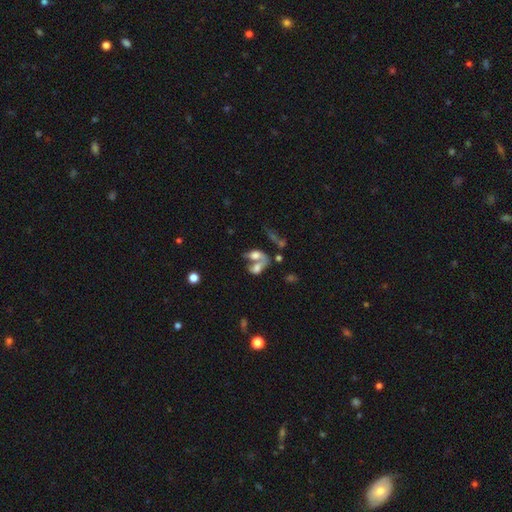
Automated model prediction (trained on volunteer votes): The model was most divided on "smooth or featured": smooth: 53%, featured or disk: 36%, star or artifact: 11%. More confident: how rounded — in between (80%); merging — merger (69%).